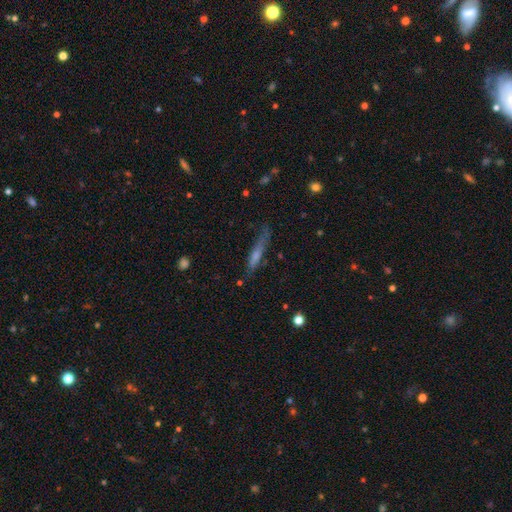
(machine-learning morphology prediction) smooth_or_featured: smooth (p=0.44) [tied with: featured or disk p=0.44]
merging: none (p=0.66) [alt: minor disturbance p=0.23]